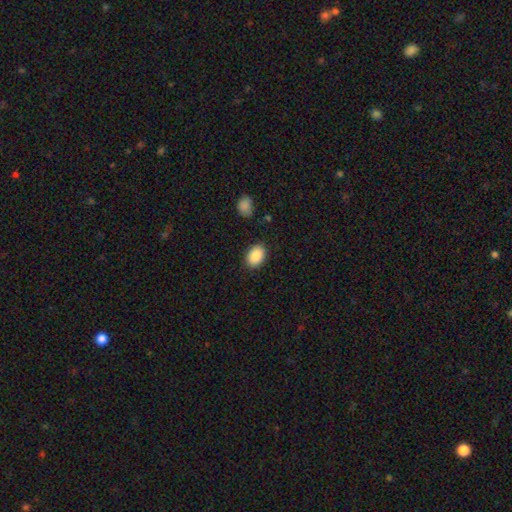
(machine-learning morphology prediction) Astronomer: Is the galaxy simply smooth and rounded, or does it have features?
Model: smooth — 89%.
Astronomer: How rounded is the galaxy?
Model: in between — 81%.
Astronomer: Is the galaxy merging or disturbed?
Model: none — 86%.